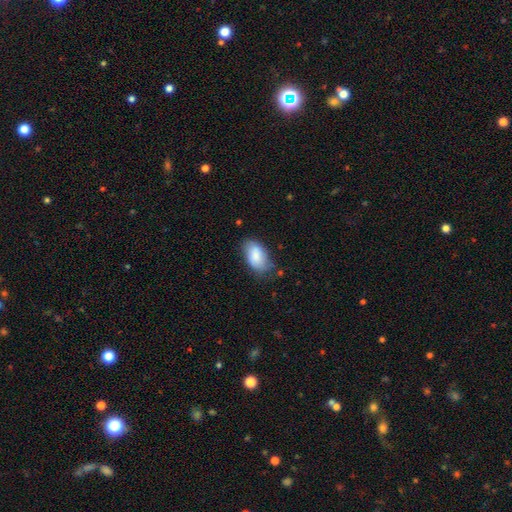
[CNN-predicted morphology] This is clearly a smooth galaxy (85%). How rounded: clearly in between (94%). Merging: likely none (68%).